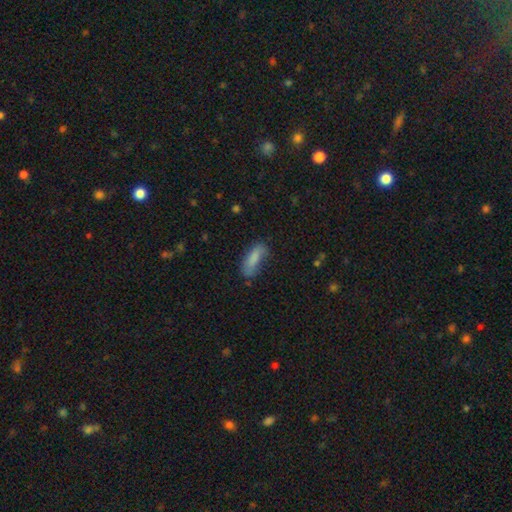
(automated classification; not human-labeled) This appears to be a smooth galaxy with no disk features (76%) that is in between round and cigar-shaped (62%). Merging: none (60%).